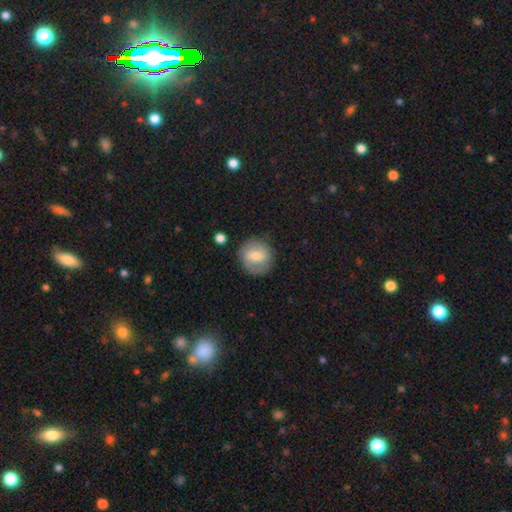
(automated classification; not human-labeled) Q: Smooth or featured?
A: smooth (57%); runner-up: featured or disk (36%)
Q: How rounded?
A: round (88%); runner-up: in between (11%)
Q: Merging?
A: none (80%); runner-up: minor disturbance (13%)